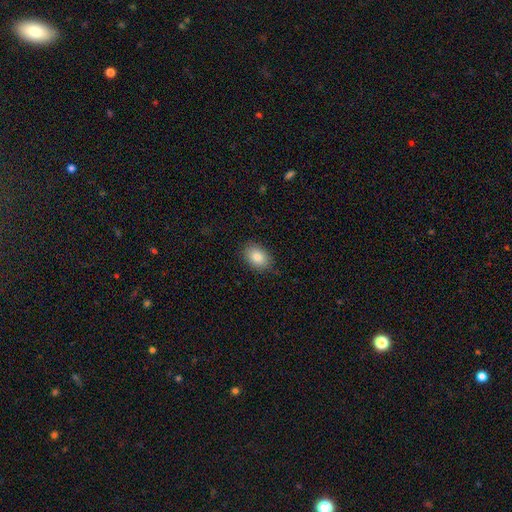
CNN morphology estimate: A smooth galaxy with no disk features (84%) that is in between round and cigar-shaped (79%).

Vote fractions:
- Smooth or featured? smooth: 84% / star or artifact: 8% / featured or disk: 8%
- How rounded? in between: 79% / round: 20% / cigar-shaped: 1%
- Merging? none: 86% / minor disturbance: 11% / major disturbance: 2% / merger: 1%